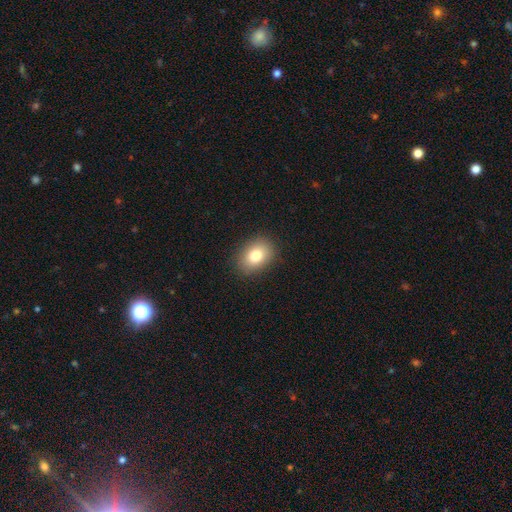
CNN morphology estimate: Q: Smooth or featured?
A: smooth (82%); runner-up: featured or disk (9%)
Q: How rounded?
A: in between (68%); runner-up: round (31%)
Q: Merging?
A: none (88%); runner-up: minor disturbance (8%)